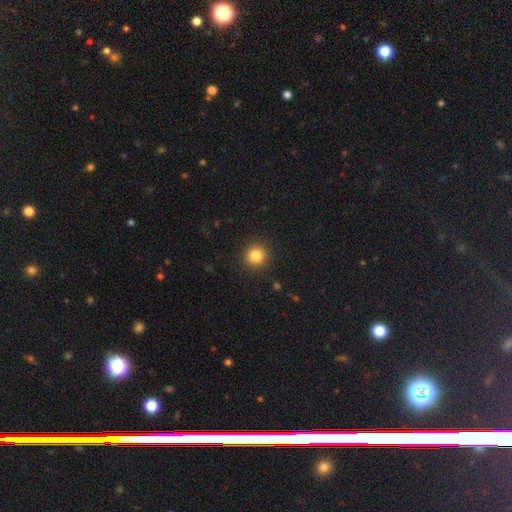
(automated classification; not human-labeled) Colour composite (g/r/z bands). It shows a smooth galaxy with no disk features (84%) that is round (94%). Merging: none (91%).